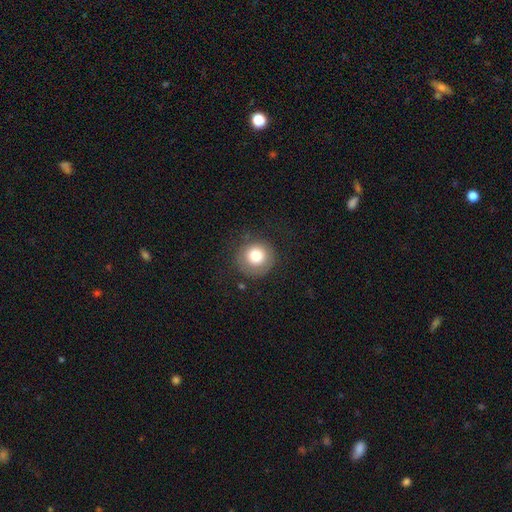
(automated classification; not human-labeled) Smooth or featured? Predicted: smooth (p=0.78). How rounded? Predicted: round (p=0.94). Merging? Predicted: none (p=0.79).